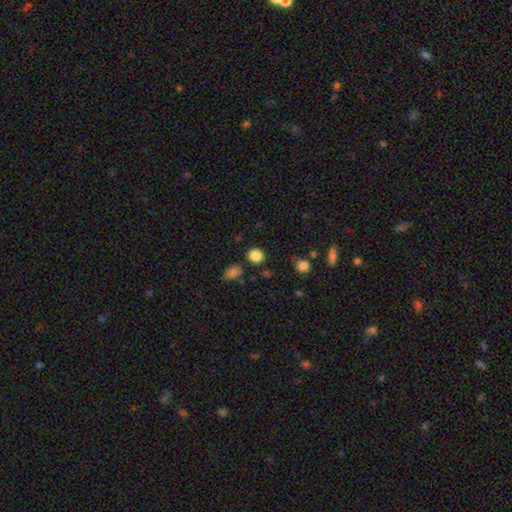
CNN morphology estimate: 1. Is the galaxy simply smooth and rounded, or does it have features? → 85% smooth, 11% star or artifact, 4% featured or disk.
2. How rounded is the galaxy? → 84% round, 15% in between, 1% cigar-shaped.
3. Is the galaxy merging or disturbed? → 83% none, 9% minor disturbance, 4% merger, 3% major disturbance.